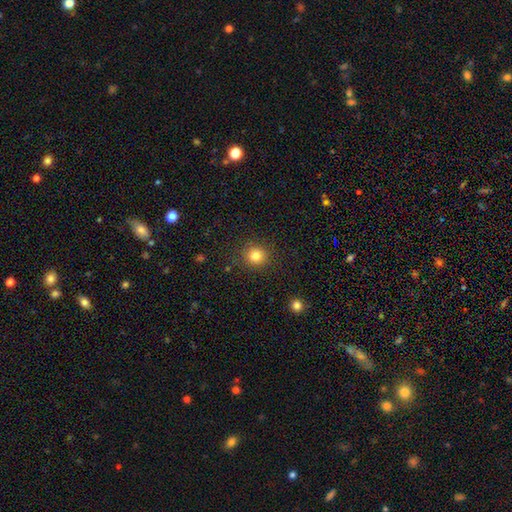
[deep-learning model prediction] This appears to be a smooth galaxy with no disk features (82%) that is round (91%). Merging: none (88%).